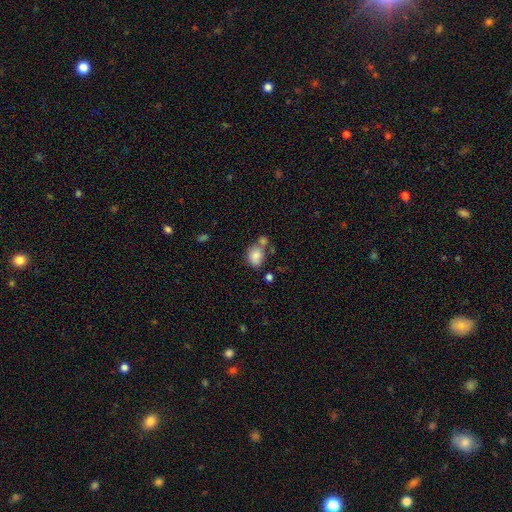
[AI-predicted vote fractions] smooth-or-featured: smooth: 83% | star or artifact: 9% | featured or disk: 8%
  how-rounded: in between: 51% | round: 47% | cigar-shaped: 1%
  merging: none: 48% | merger: 30% | minor disturbance: 16% | major disturbance: 6%